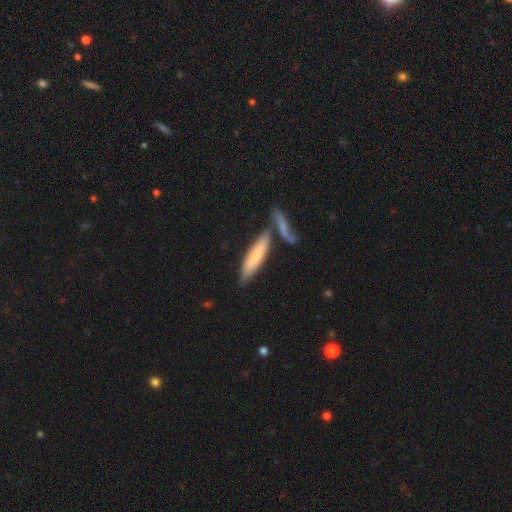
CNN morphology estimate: Smooth or featured?
  - smooth: 68% *
  - featured or disk: 27%
  - star or artifact: 5%
How rounded?
  - cigar-shaped: 77% *
  - in between: 22%
  - round: 2%
Merging?
  - none: 60% *
  - merger: 23%
  - minor disturbance: 13%
  - major disturbance: 4%